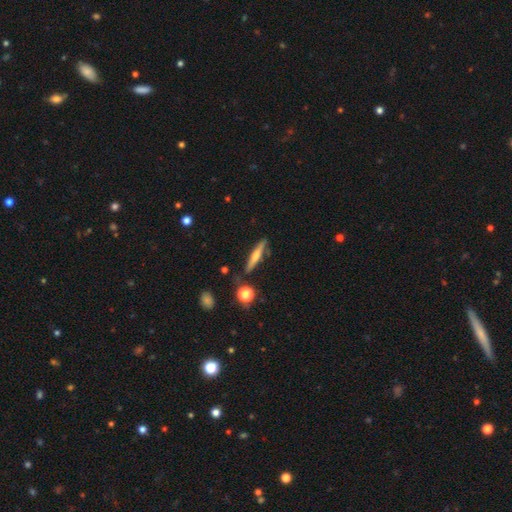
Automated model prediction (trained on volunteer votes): A featured or disk galaxy (49%). Merging: none (80%).